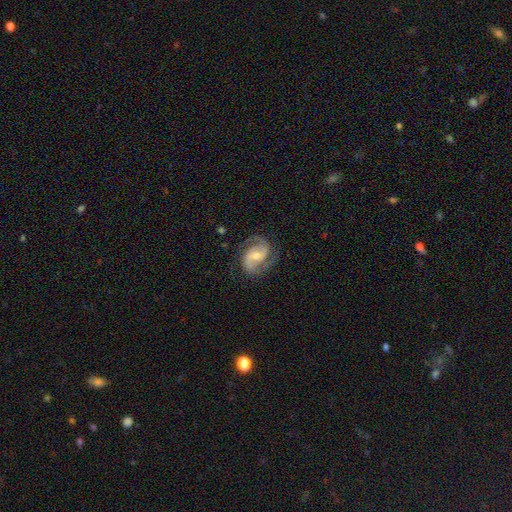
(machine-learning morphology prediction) The model was most divided on "bulge size": small: 48%, moderate: 45%, none: 3%, large: 3%, dominant: 1%. Remaining: edge-on disk — no (98%); spiral arms — yes (98%); spiral arm count — 2 (90%); smooth or featured — featured or disk (88%); merging — none (75%); spiral winding — medium (56%); bar — weak (45%).